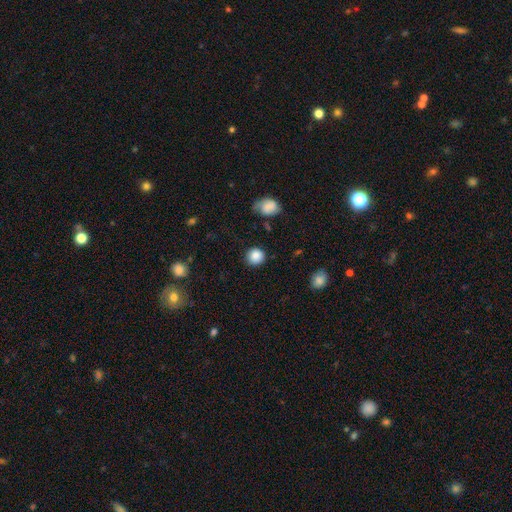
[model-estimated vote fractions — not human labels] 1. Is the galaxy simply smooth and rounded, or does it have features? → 86% smooth, 9% star or artifact, 5% featured or disk.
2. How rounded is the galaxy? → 90% round, 9% in between, 1% cigar-shaped.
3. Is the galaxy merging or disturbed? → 87% none, 9% minor disturbance, 3% major disturbance, 2% merger.